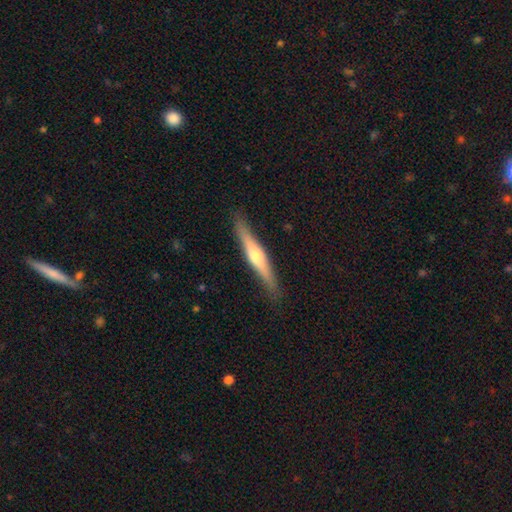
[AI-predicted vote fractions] Overall: featured or disk (61%; smooth 34%). Edge-on disk: yes (96%). Edge-on bulge: rounded (87%). Merging: none (88%).